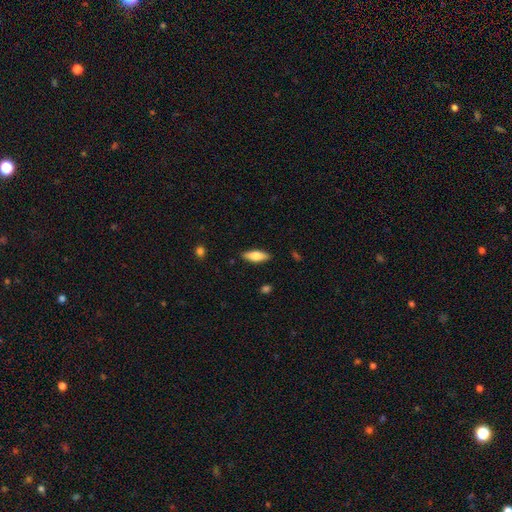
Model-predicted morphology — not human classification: This appears to be a smooth galaxy with no disk features (73%) that is in between round and cigar-shaped (64%). Merging: none (88%).